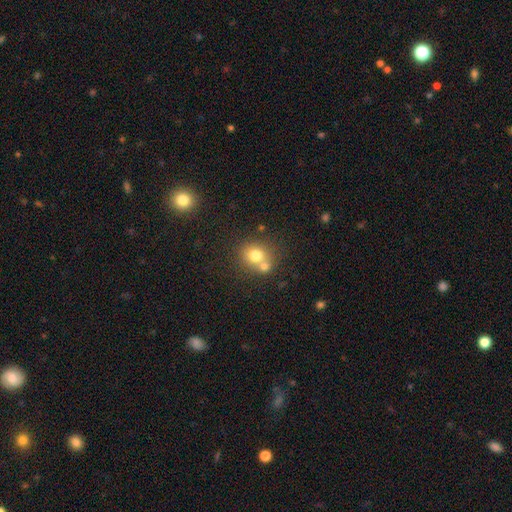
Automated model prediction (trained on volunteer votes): Morphology: type=smooth (74%); roundness=round (75%); merging=none (51%).